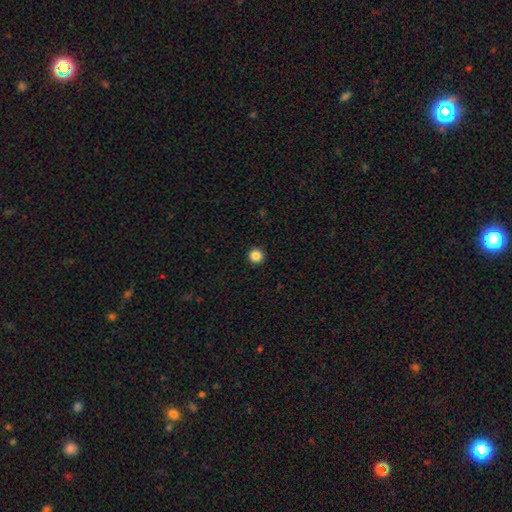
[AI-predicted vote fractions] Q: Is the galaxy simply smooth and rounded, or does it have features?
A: smooth — 86%.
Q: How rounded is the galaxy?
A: round — 96%.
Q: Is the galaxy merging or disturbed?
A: none — 93%.